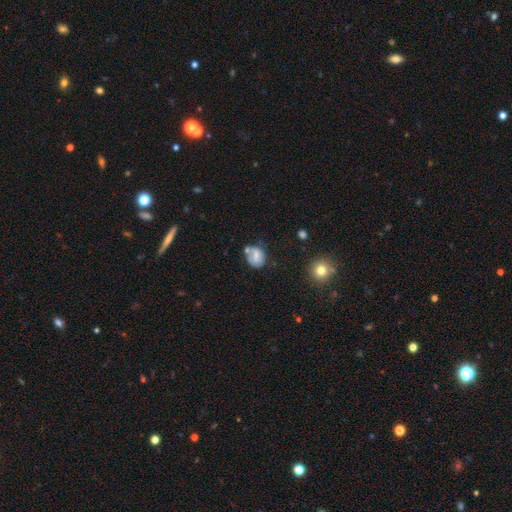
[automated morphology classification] This is likely a smooth galaxy (60%). How rounded: possibly round (53%). Merging: marginally none (45%).